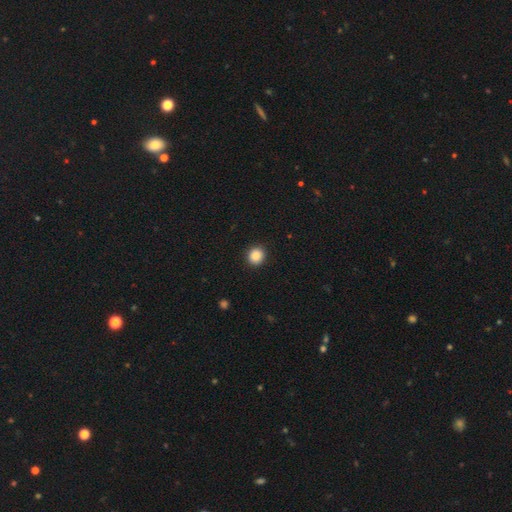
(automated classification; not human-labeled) Smooth or featured: smooth — 88% (star or artifact — 9%)
How rounded: round — 86% (in between — 13%)
Merging: none — 91% (minor disturbance — 6%)